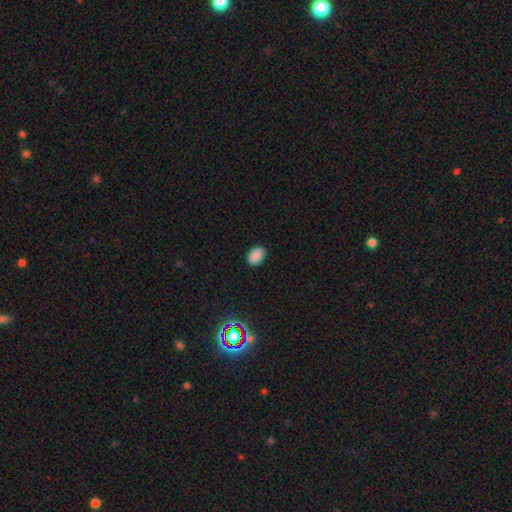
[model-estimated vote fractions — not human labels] This is clearly a smooth galaxy (87%). How rounded: clearly in between (84%). Merging: clearly none (85%).